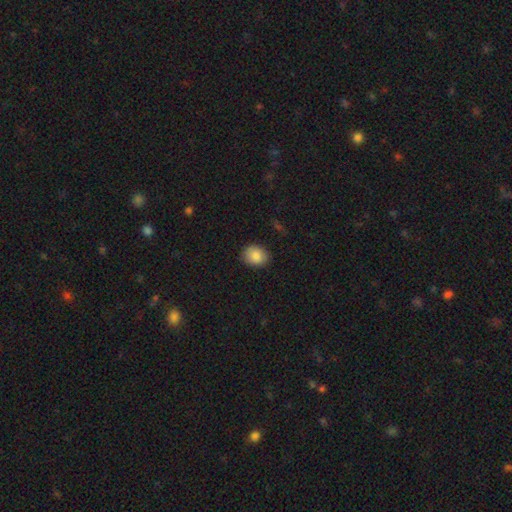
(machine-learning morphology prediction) Q: Smooth or featured?
A: smooth (85%); runner-up: star or artifact (8%)
Q: How rounded?
A: round (50%); runner-up: in between (49%)
Q: Merging?
A: none (85%); runner-up: minor disturbance (11%)